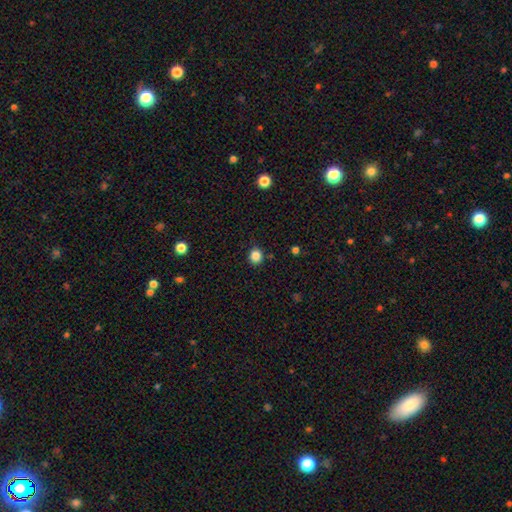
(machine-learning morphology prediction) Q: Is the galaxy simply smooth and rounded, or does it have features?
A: smooth — 85%.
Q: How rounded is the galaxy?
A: round — 83%.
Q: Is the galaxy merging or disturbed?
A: none — 88%.